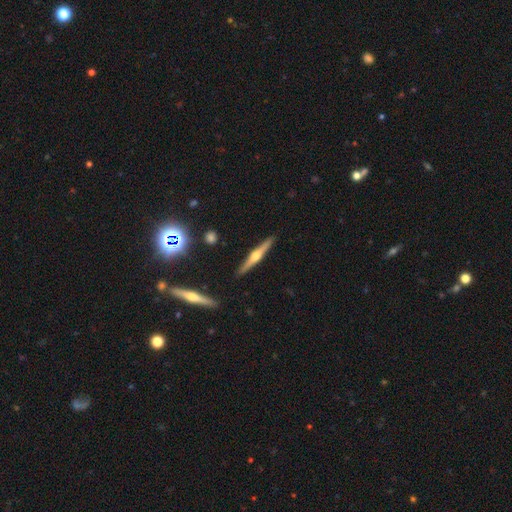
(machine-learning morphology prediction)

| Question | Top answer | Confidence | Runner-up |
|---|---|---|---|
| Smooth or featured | featured or disk | 71% | smooth (23%) |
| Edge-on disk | yes | 98% | no (2%) |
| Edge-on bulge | rounded | 93% | none (4%) |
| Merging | none | 90% | minor disturbance (7%) |